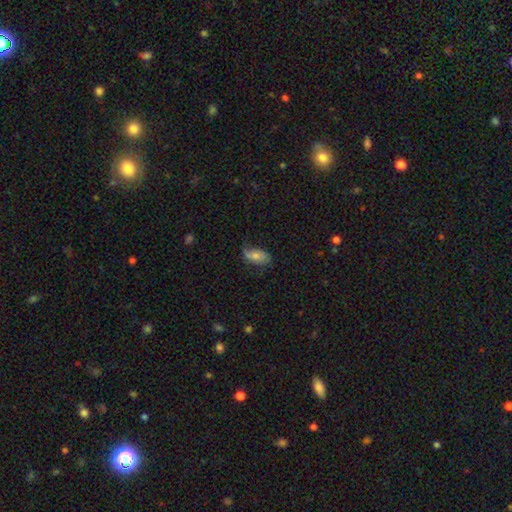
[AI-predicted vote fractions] The model was most divided on "smooth or featured": smooth: 55%, featured or disk: 36%, star or artifact: 8%. More confident: how rounded — in between (89%); merging — none (57%).